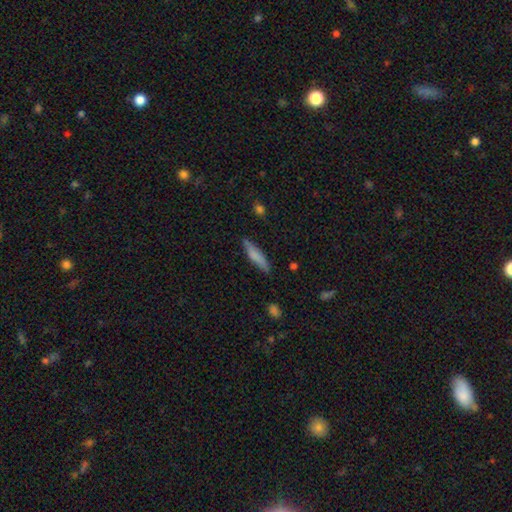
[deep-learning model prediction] Overall: smooth (71%). How rounded: cigar-shaped (80%). Merging: none (79%).